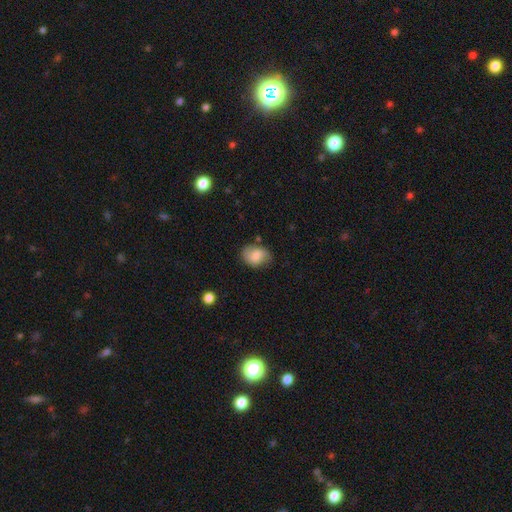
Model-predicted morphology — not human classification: smooth 64%, featured or disk 28%, star or artifact 8%. Down the decision tree: how rounded — in between (66%); merging — none (64%).